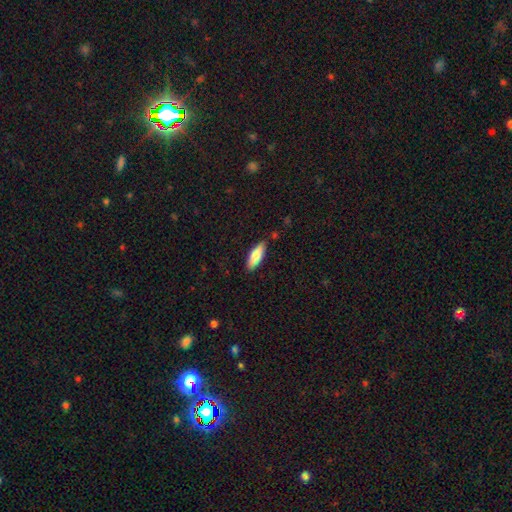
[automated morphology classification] Smooth or featured?
  - smooth: 78% *
  - featured or disk: 16%
  - star or artifact: 6%
How rounded?
  - in between: 65% *
  - cigar-shaped: 33%
  - round: 2%
Merging?
  - none: 85% *
  - minor disturbance: 12%
  - major disturbance: 2%
  - merger: 2%